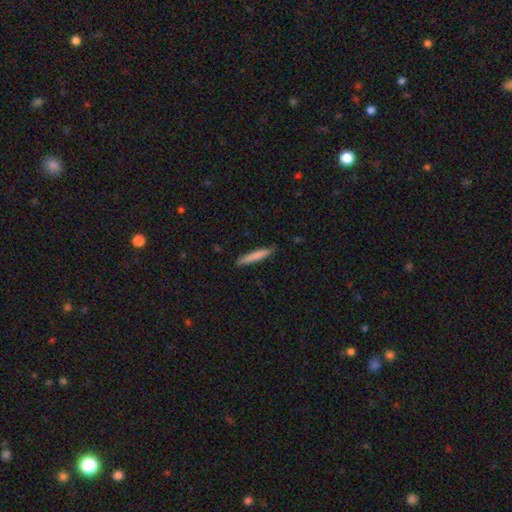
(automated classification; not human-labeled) Smooth or featured: smooth — 78% (featured or disk — 17%)
How rounded: cigar-shaped — 93% (in between — 6%)
Merging: none — 85% (minor disturbance — 12%)